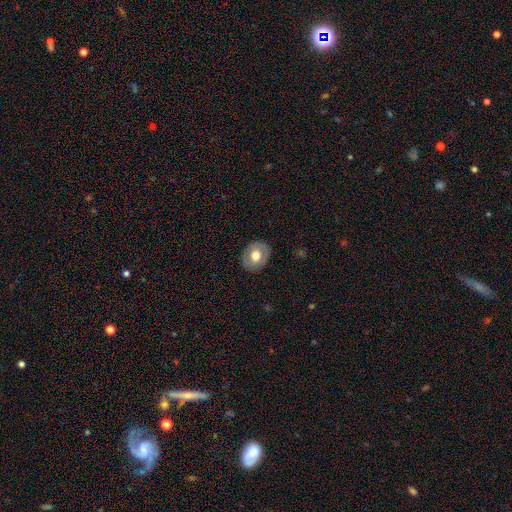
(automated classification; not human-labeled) Smooth or featured? smooth (58%)
How rounded? round (50%)
Merging? none (86%)